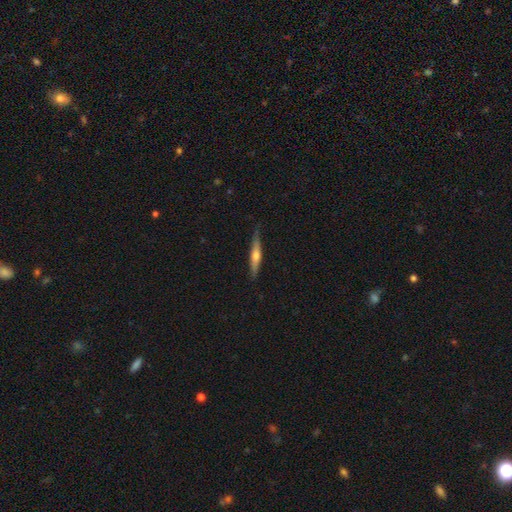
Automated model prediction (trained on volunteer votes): This is possibly a featured or disk galaxy (55%). It is clearly viewed edge-on (95%). Edge-on bulge: clearly rounded (84%). Merging: clearly none (83%).